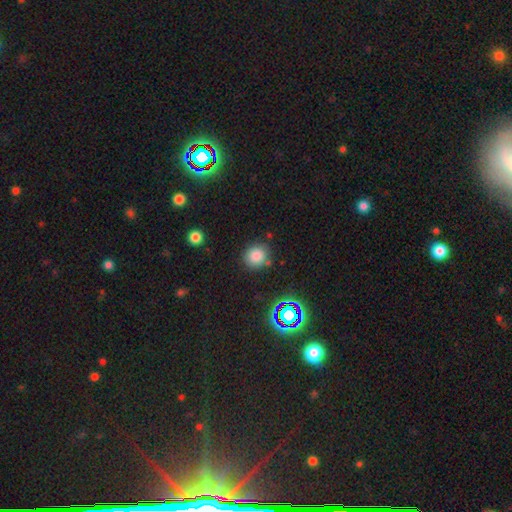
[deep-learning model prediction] This appears to be a smooth galaxy with no disk features (78%) that is round (85%). Merging: none (81%).